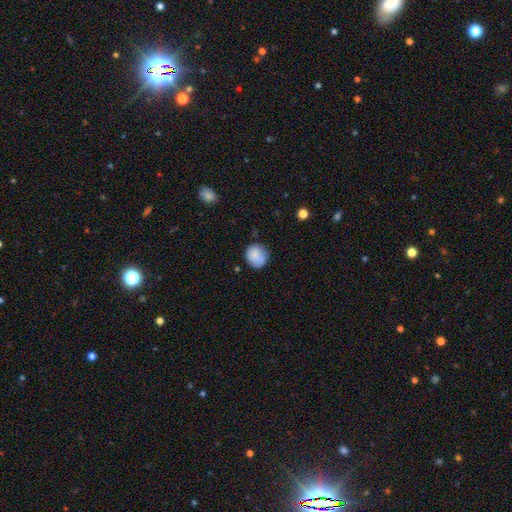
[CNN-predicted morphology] This is clearly a smooth galaxy (84%). How rounded: clearly round (86%). Merging: likely none (76%).